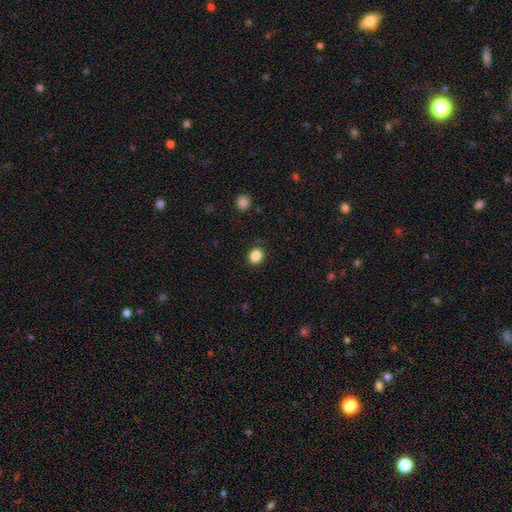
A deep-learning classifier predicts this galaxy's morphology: Q: Smooth or featured?
A: smooth (86%); runner-up: star or artifact (11%)
Q: How rounded?
A: round (69%); runner-up: in between (30%)
Q: Merging?
A: none (87%); runner-up: minor disturbance (9%)